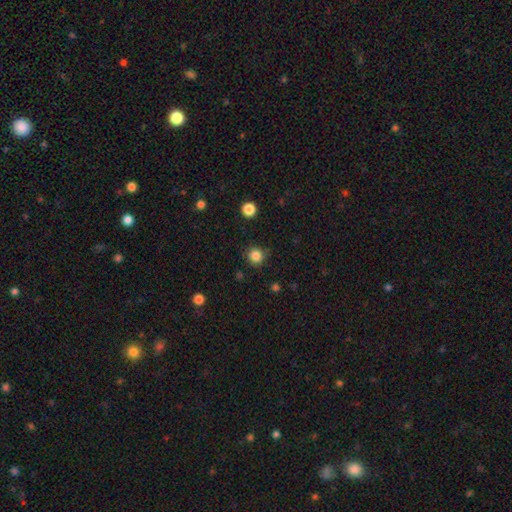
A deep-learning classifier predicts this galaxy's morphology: Smooth or featured?
  - smooth: 84% *
  - star or artifact: 12%
  - featured or disk: 4%
How rounded?
  - round: 94% *
  - in between: 5%
  - cigar-shaped: 1%
Merging?
  - none: 87% *
  - minor disturbance: 8%
  - major disturbance: 3%
  - merger: 2%